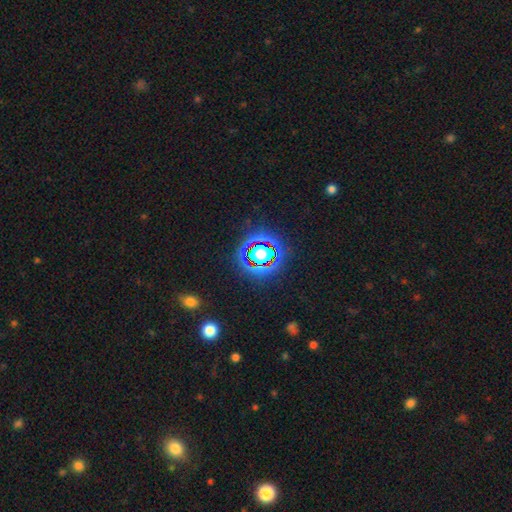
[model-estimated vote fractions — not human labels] The model was most divided on "smooth or featured": star or artifact: 80%, smooth: 12%, featured or disk: 8%.